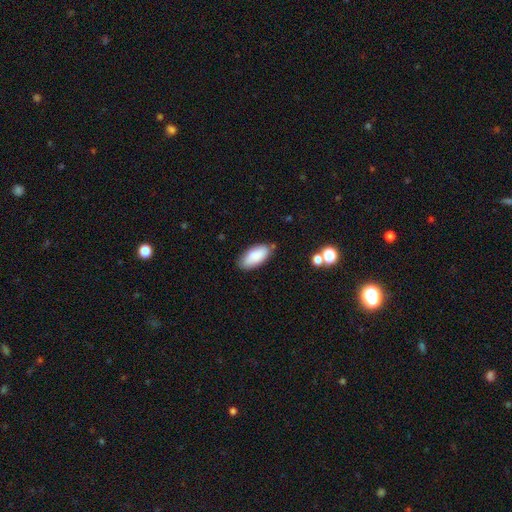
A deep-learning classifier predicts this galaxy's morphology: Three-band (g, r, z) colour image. It shows a smooth galaxy with no disk features (86%) that is in between round and cigar-shaped (90%). Merging: none (78%).